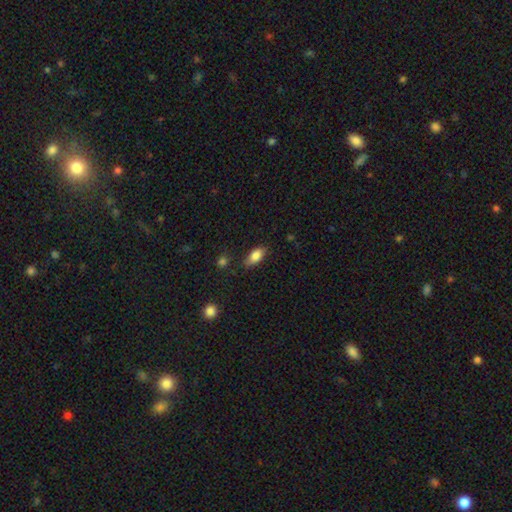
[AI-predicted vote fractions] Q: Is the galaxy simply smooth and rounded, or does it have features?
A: smooth — 83%.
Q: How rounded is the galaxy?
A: in between — 86%.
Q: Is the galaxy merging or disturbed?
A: none — 76%.